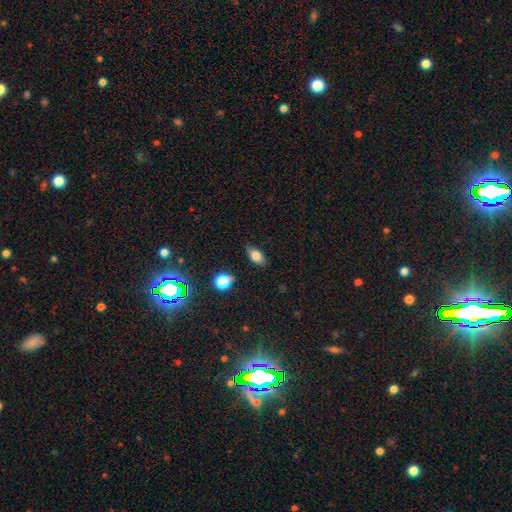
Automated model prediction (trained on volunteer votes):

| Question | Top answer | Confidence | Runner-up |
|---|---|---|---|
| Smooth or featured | smooth | 78% | star or artifact (11%) |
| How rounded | in between | 87% | round (8%) |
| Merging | none | 84% | minor disturbance (12%) |